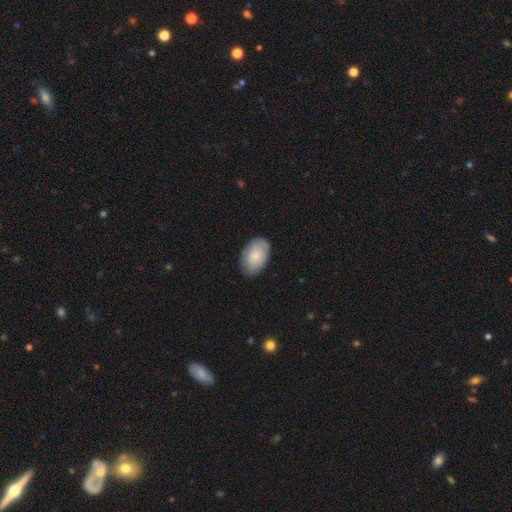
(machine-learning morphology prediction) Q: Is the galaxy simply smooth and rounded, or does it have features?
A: smooth — 78%.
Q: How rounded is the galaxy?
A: in between — 91%.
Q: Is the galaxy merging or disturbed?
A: none — 81%.